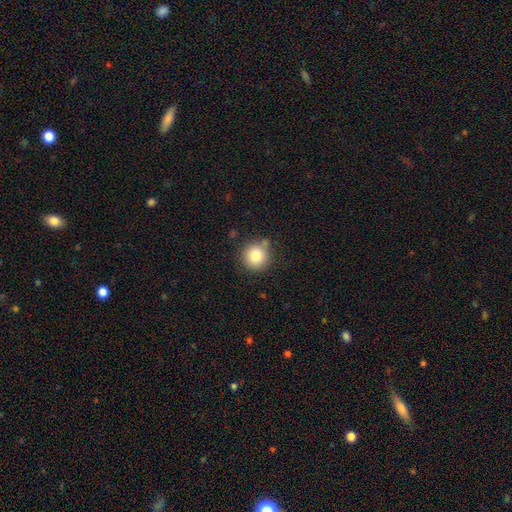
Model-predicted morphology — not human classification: Smooth or featured: smooth — 81% (star or artifact — 11%)
How rounded: round — 93% (in between — 6%)
Merging: none — 79% (minor disturbance — 13%)